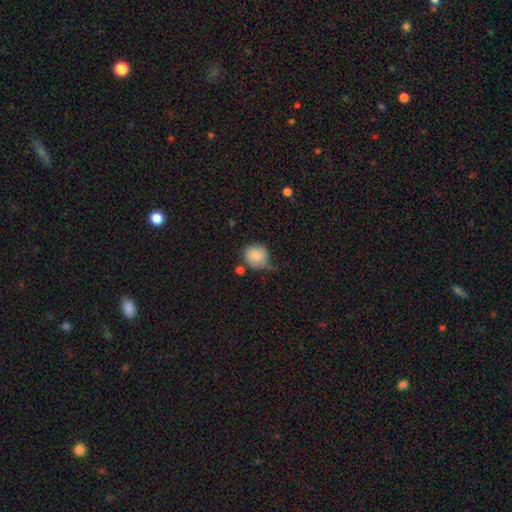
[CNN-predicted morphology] smooth-or-featured: smooth: 83% | featured or disk: 9% | star or artifact: 8%
  how-rounded: round: 81% | in between: 18% | cigar-shaped: 1%
  merging: none: 44% | minor disturbance: 36% | major disturbance: 12% | merger: 8%